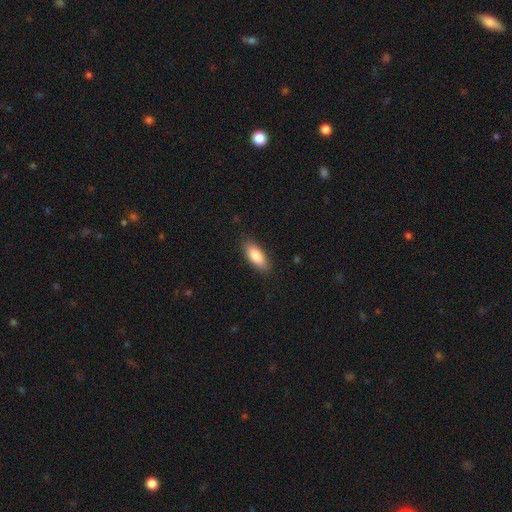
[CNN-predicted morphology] This appears to be a smooth galaxy with no disk features (84%) that is in between round and cigar-shaped (79%). Merging: none (87%).